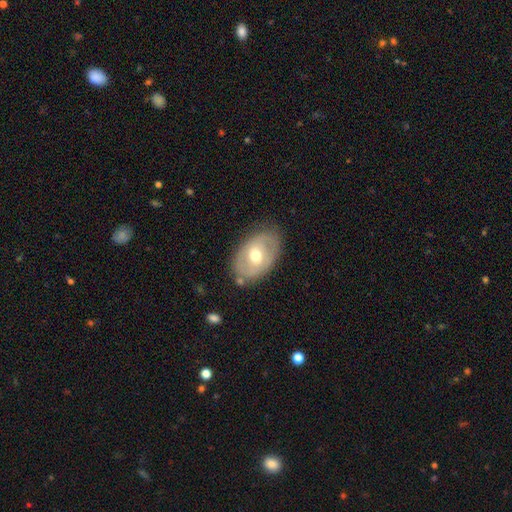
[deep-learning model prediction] Overall: featured or disk (55%; smooth 39%). Edge-on disk: no (91%). Bar: no (52%; weak 36%). Spiral arms: no (62%; yes 38%). Bulge size: moderate (74%). Merging: none (76%).